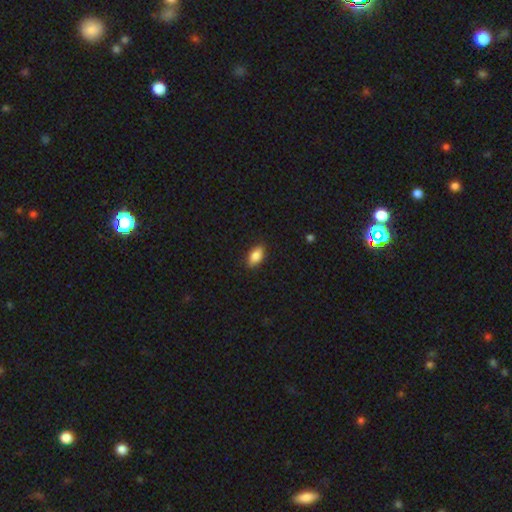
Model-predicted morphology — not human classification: Smooth or featured: smooth — 86% (star or artifact — 7%)
How rounded: in between — 90% (cigar-shaped — 6%)
Merging: none — 86% (minor disturbance — 10%)